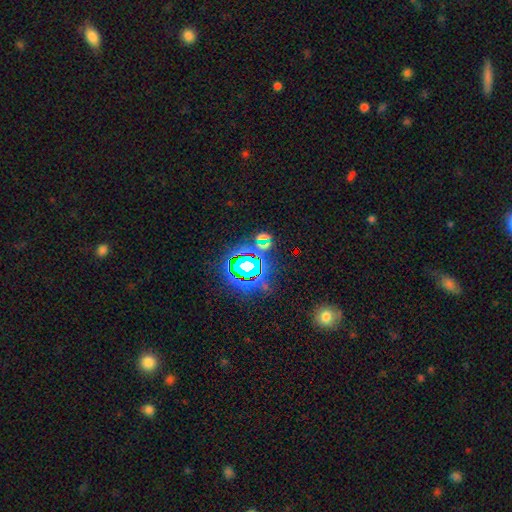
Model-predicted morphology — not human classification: A star or artifact, not a galaxy (76%).